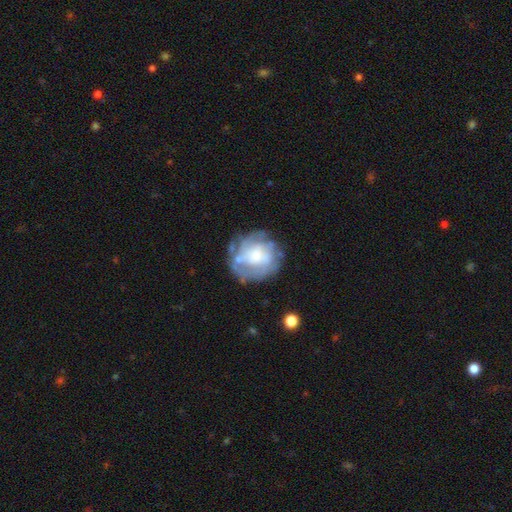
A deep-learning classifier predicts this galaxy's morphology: This is possibly a featured or disk galaxy (59%). It is clearly not viewed edge-on (97%). Bar: likely no (72%). Spiral arm pattern: possibly yes (50%, tied with no). Central bulge: marginally moderate (37%). Merging: likely none (60%).